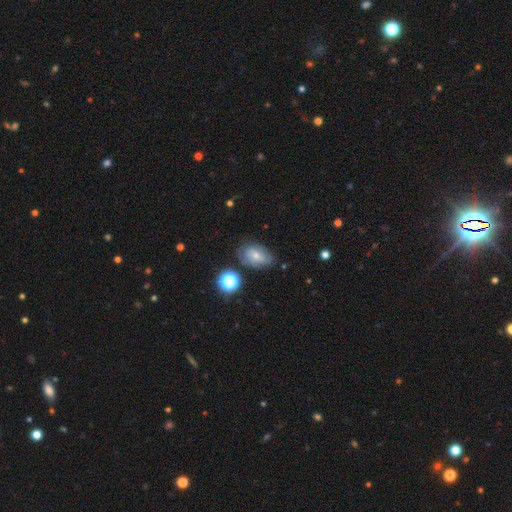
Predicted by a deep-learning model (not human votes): smooth-or-featured: smooth: 53% | featured or disk: 34% | star or artifact: 13%
  how-rounded: in between: 82% | round: 16% | cigar-shaped: 2%
  merging: none: 63% | minor disturbance: 26% | major disturbance: 8% | merger: 4%